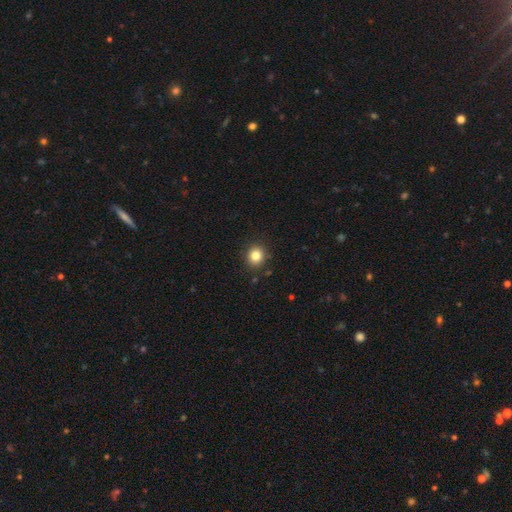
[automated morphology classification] This appears to be a smooth galaxy with no disk features (83%) that is round (84%). Merging: none (89%).